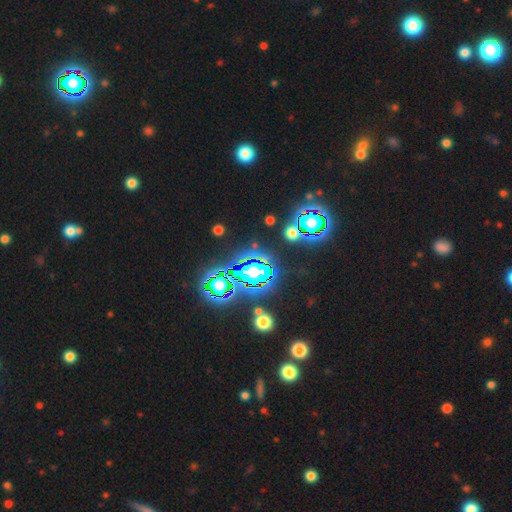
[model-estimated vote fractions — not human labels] smooth-or-featured: star or artifact: 81% | smooth: 11% | featured or disk: 8%